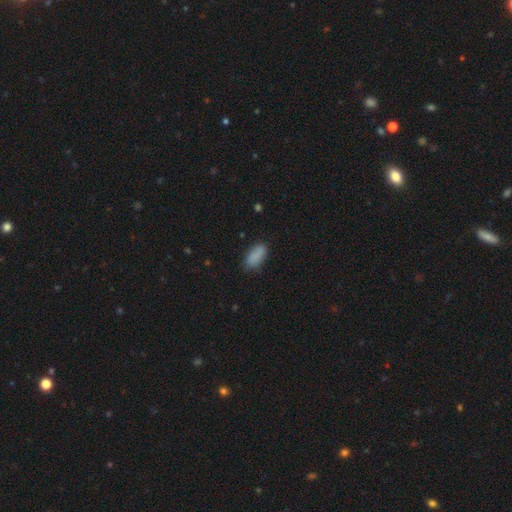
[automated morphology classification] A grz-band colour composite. It shows a smooth galaxy with no disk features (88%) that is in between round and cigar-shaped (89%). Merging: none (81%).